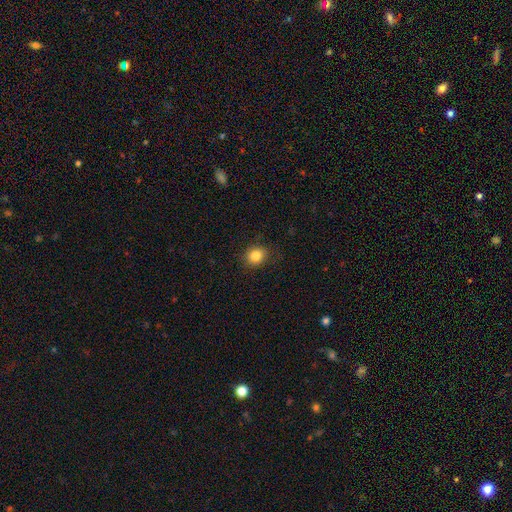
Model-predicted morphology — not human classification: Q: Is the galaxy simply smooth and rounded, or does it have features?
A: smooth — 85%.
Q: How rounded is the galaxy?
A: round — 66%.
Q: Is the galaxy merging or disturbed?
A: none — 84%.